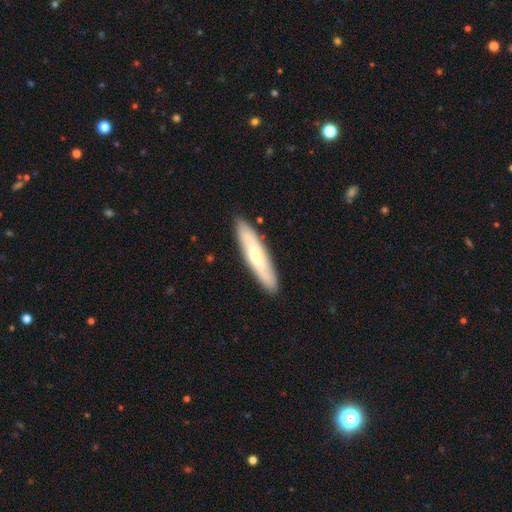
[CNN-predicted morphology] smooth 49%, featured or disk 44%, star or artifact 7%. Down the decision tree: merging — none (89%).